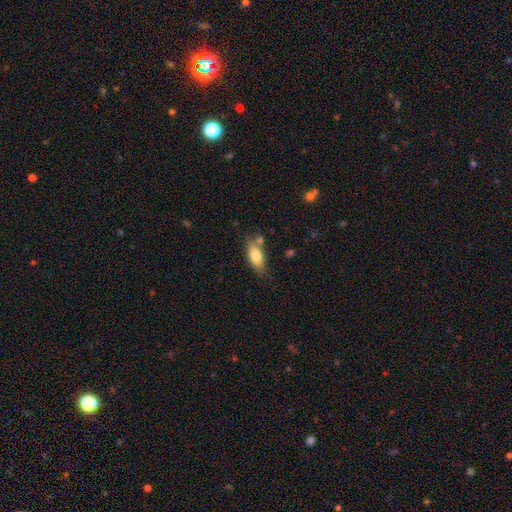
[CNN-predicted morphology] A smooth galaxy with no disk features (75%) that is in between round and cigar-shaped (80%).

Vote fractions:
- Smooth or featured? smooth: 75% / featured or disk: 18% / star or artifact: 7%
- How rounded? in between: 80% / cigar-shaped: 17% / round: 3%
- Merging? none: 67% / minor disturbance: 18% / merger: 11% / major disturbance: 4%